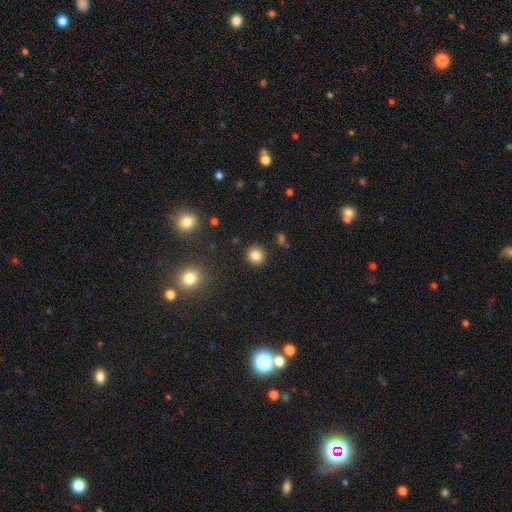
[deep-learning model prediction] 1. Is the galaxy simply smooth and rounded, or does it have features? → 83% smooth, 12% star or artifact, 5% featured or disk.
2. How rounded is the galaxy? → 89% round, 10% in between, 1% cigar-shaped.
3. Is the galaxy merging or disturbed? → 90% none, 6% minor disturbance, 2% major disturbance, 2% merger.